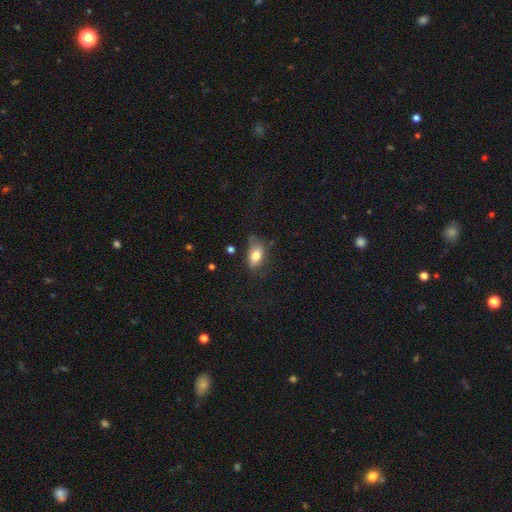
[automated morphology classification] Smooth or featured? Predicted: smooth (p=0.77). How rounded? Predicted: in between (p=0.89). Merging? Predicted: none (p=0.52).